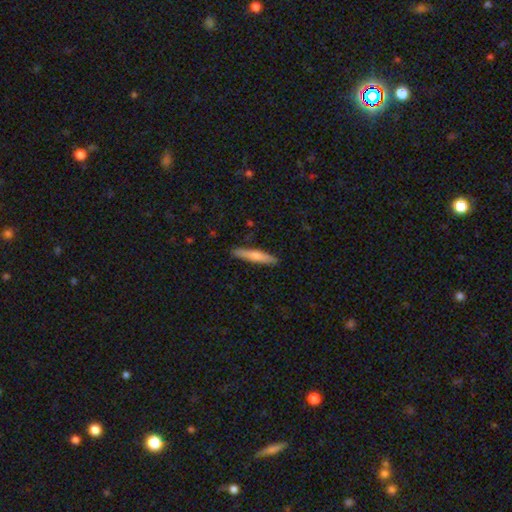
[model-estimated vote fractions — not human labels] The model was most divided on "smooth or featured": smooth: 64%, featured or disk: 31%, star or artifact: 5%. More confident: how rounded — cigar-shaped (90%); merging — none (89%).